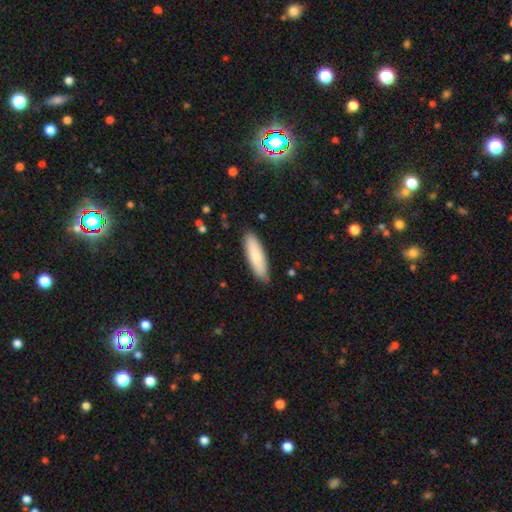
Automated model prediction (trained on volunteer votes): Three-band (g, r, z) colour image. It shows a smooth galaxy with no disk features (80%) that is cigar-shaped (58%). Merging: none (88%).